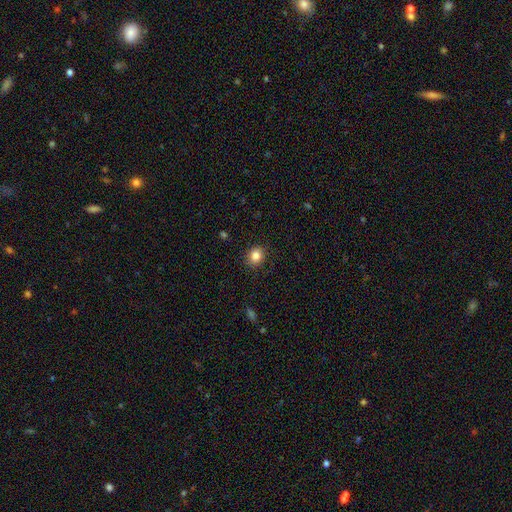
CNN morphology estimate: Q: Smooth or featured?
A: smooth (85%); runner-up: star or artifact (10%)
Q: How rounded?
A: round (67%); runner-up: in between (32%)
Q: Merging?
A: none (89%); runner-up: minor disturbance (8%)